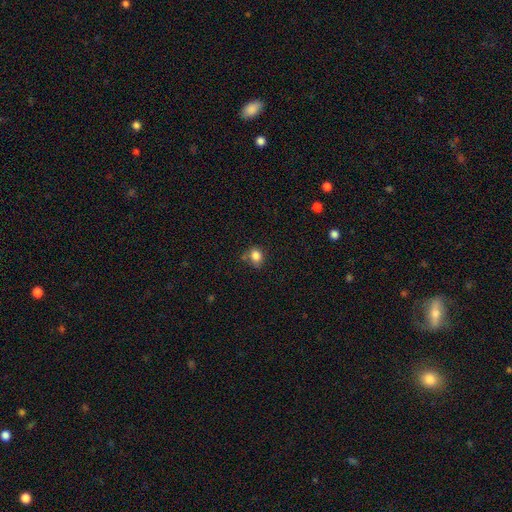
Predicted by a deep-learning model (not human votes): Q: Smooth or featured?
A: smooth (84%); runner-up: star or artifact (11%)
Q: How rounded?
A: in between (50%); runner-up: round (49%)
Q: Merging?
A: none (64%); runner-up: minor disturbance (21%)